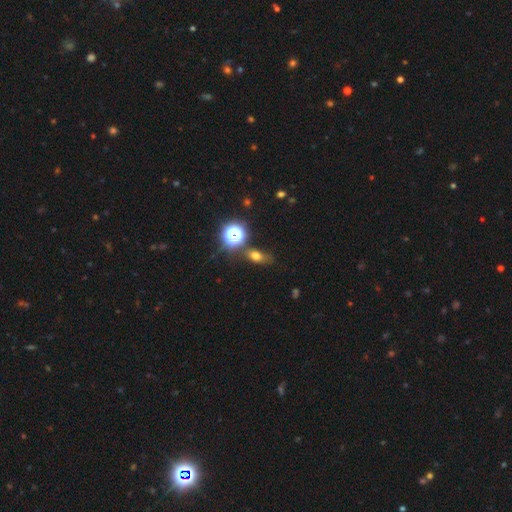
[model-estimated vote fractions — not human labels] smooth 65%, star or artifact 23%, featured or disk 12%. Down the decision tree: how rounded — in between (63%); merging — none (67%).